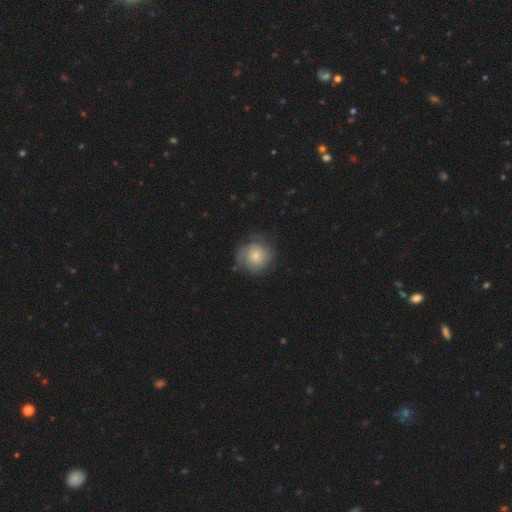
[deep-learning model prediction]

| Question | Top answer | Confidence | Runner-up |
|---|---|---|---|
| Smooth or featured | smooth | 47% | featured or disk (45%) |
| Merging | none | 67% | minor disturbance (21%) |